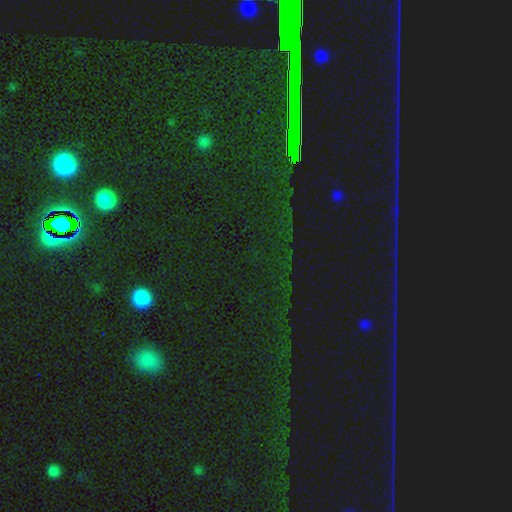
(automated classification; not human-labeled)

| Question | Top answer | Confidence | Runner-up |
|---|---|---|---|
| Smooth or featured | star or artifact | 80% | smooth (12%) |